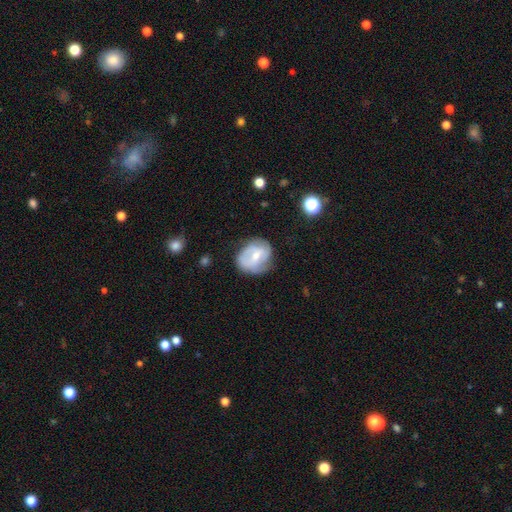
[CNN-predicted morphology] A featured or disk galaxy (51%).

Vote fractions:
- Smooth or featured? featured or disk: 51% / smooth: 42% / star or artifact: 7%
- Edge-on disk? no: 96% / yes: 4%
- Merging? none: 59% / minor disturbance: 28% / major disturbance: 11% / merger: 2%